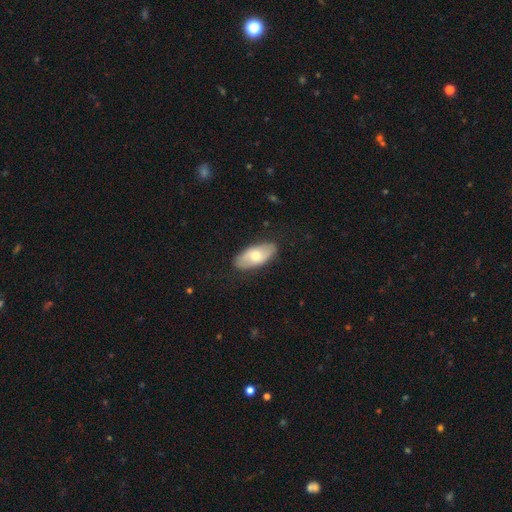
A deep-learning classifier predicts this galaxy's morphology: Q: Smooth or featured?
A: smooth (60%); runner-up: featured or disk (34%)
Q: How rounded?
A: in between (90%); runner-up: cigar-shaped (7%)
Q: Merging?
A: none (85%); runner-up: minor disturbance (12%)